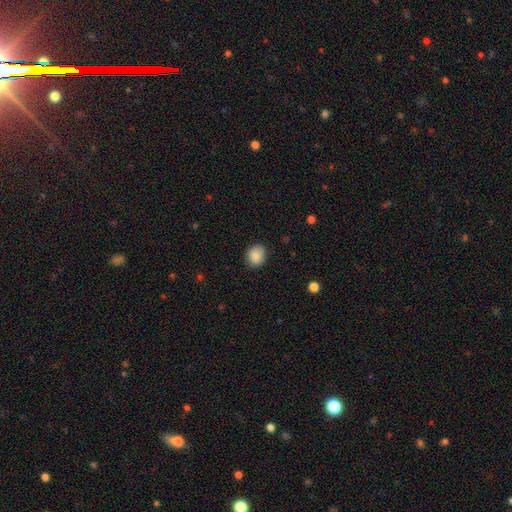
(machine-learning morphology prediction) smooth 87%, star or artifact 8%, featured or disk 5%. Down the decision tree: how rounded — round (63%); merging — none (82%).